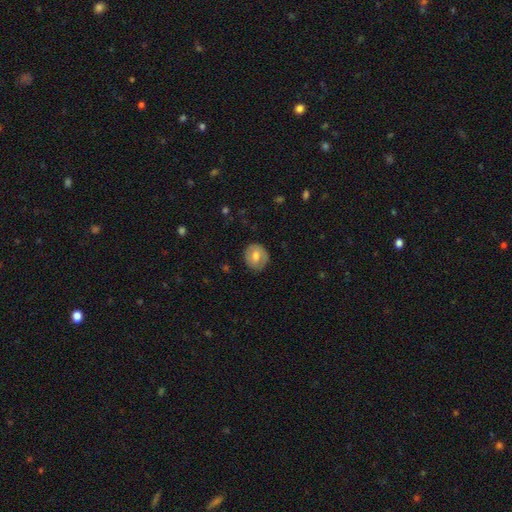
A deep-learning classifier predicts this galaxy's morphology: A smooth galaxy with no disk features (60%) that is round (79%).

Vote fractions:
- Smooth or featured? smooth: 60% / featured or disk: 33% / star or artifact: 7%
- How rounded? round: 79% / in between: 20% / cigar-shaped: 1%
- Merging? none: 83% / minor disturbance: 12% / major disturbance: 3% / merger: 1%